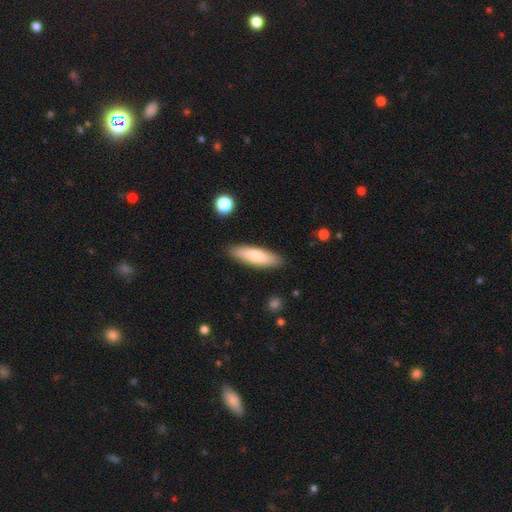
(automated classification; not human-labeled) Smooth or featured: smooth — 72% (featured or disk — 22%)
How rounded: cigar-shaped — 60% (in between — 39%)
Merging: none — 88% (minor disturbance — 9%)